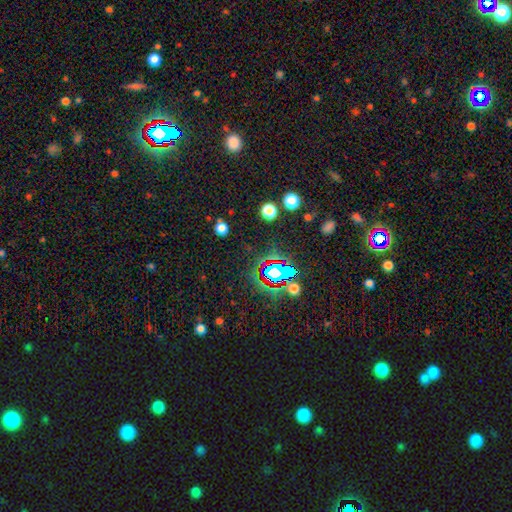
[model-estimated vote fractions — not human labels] A star or artifact, not a galaxy (78%).

Vote fractions:
- Smooth or featured? star or artifact: 78% / smooth: 13% / featured or disk: 8%